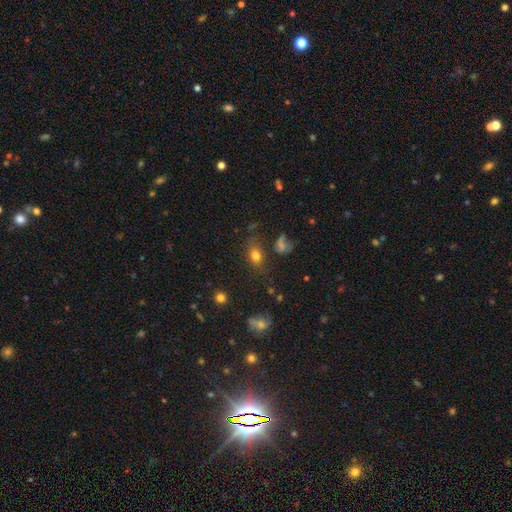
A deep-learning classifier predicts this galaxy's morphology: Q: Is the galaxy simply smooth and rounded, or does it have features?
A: smooth — 75%.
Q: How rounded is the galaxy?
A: in between — 66%.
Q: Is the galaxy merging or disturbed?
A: none — 69%.